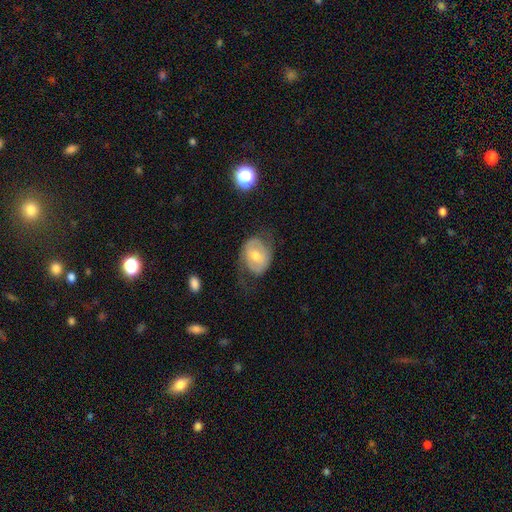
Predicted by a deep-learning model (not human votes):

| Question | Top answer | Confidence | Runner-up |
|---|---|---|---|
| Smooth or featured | featured or disk | 55% | smooth (37%) |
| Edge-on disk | no | 95% | yes (5%) |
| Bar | no | 49% | weak (37%) |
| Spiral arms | yes | 66% | no (34%) |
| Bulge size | moderate | 63% | small (30%) |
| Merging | none | 55% | minor disturbance (23%) |